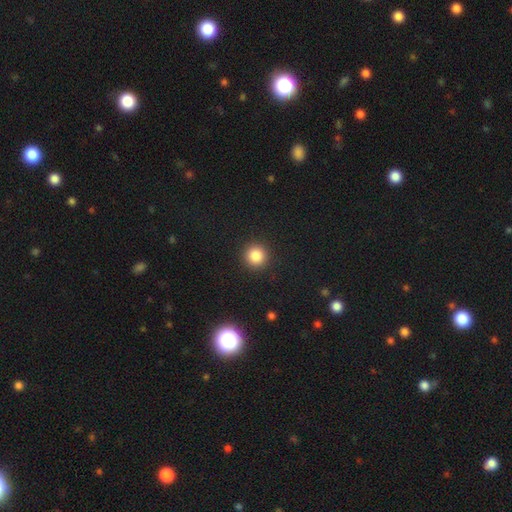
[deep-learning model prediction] Smooth or featured? Predicted: smooth (p=0.85). How rounded? Predicted: round (p=0.94). Merging? Predicted: none (p=0.92).